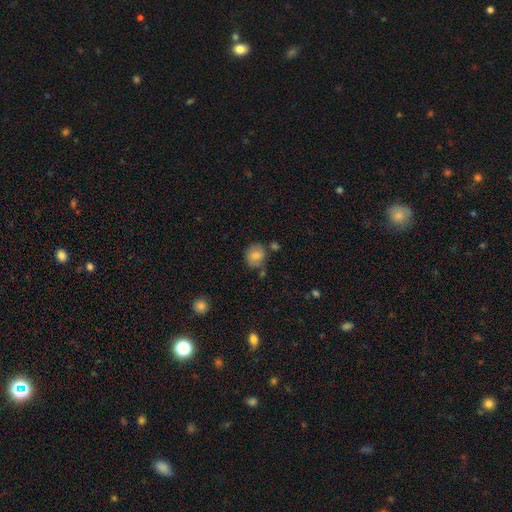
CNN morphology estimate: Smooth or featured: smooth — 76% (featured or disk — 15%)
How rounded: round — 71% (in between — 28%)
Merging: none — 67% (minor disturbance — 18%)